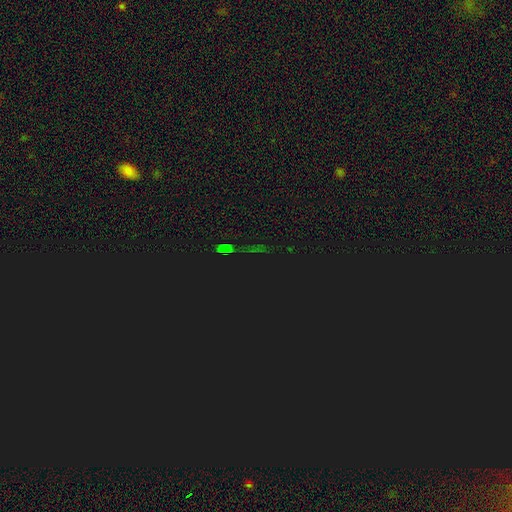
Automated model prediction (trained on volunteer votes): This appears to be a star or artifact, not a galaxy (77%).